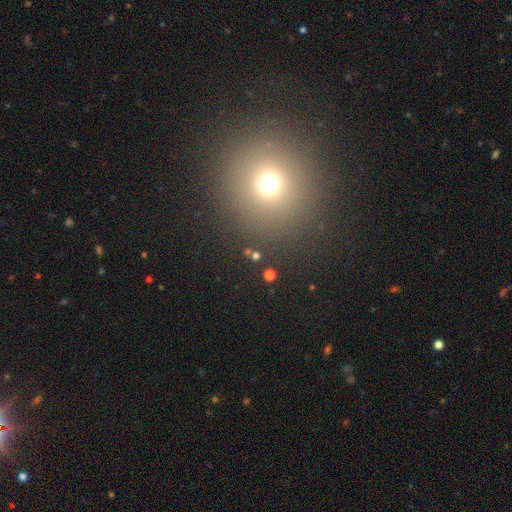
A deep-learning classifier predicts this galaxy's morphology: Overall: smooth (63%; star or artifact 29%). How rounded: round (84%). Merging: none (84%).